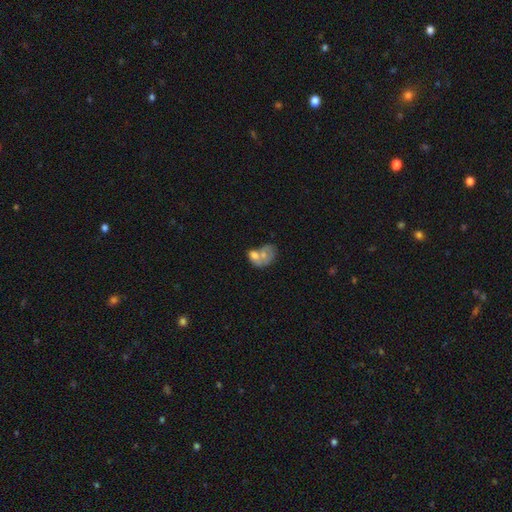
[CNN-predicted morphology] This is possibly a smooth galaxy (54%). How rounded: likely in between (67%). Merging: possibly merger (59%).